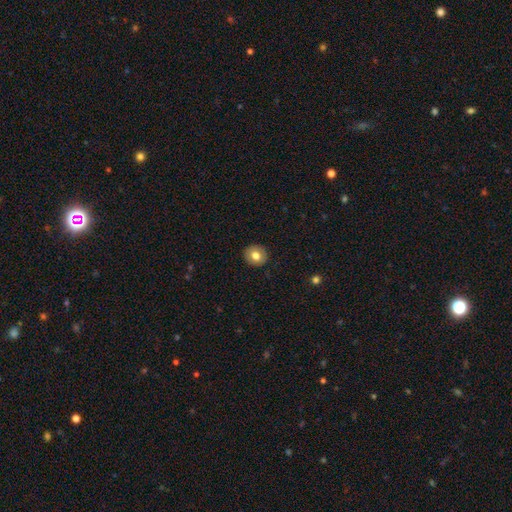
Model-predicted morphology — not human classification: A smooth galaxy with no disk features (77%) that is round (83%). Merging: none (91%).